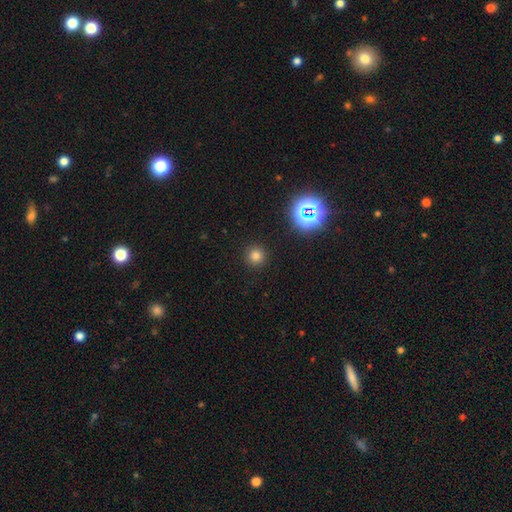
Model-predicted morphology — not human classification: Overall: smooth (77%). How rounded: round (94%). Merging: none (91%).